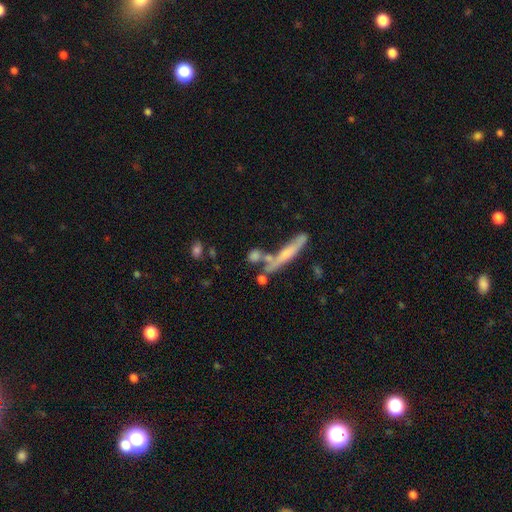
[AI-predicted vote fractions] Smooth or featured? smooth (61%)
How rounded? cigar-shaped (51%)
Merging? none (56%)